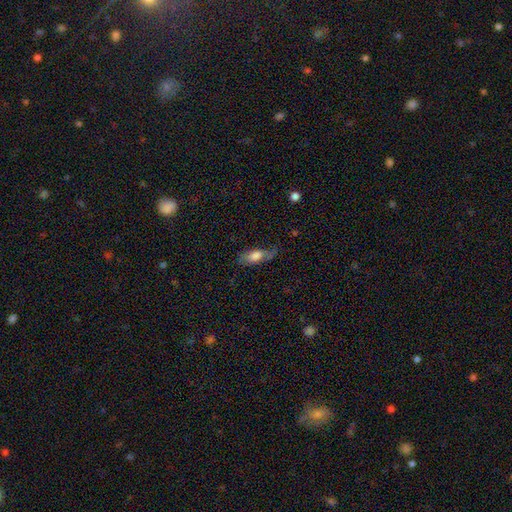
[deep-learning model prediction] Morphology: type=smooth (62%); roundness=in between (77%); merging=none (55%).